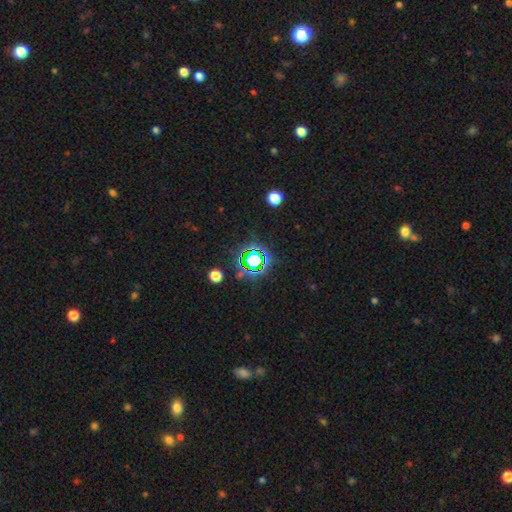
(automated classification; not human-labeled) A star or artifact, not a galaxy (72%).

Vote fractions:
- Smooth or featured? star or artifact: 72% / smooth: 18% / featured or disk: 11%